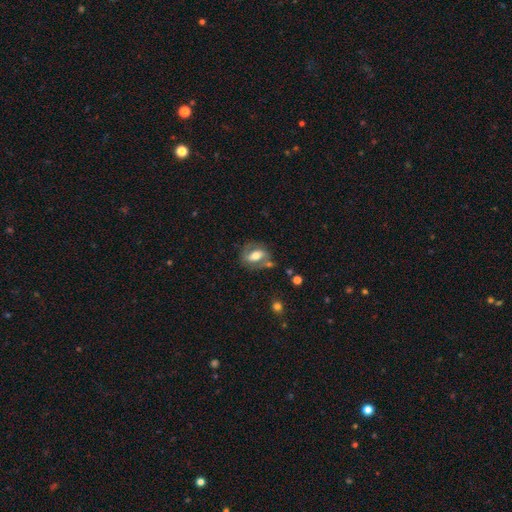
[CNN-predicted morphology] smooth_or_featured: featured or disk (p=0.50) [alt: smooth p=0.42]
disk_edge_on: no (p=0.90) [alt: yes p=0.10]
merging: none (p=0.59) [alt: minor disturbance p=0.20]